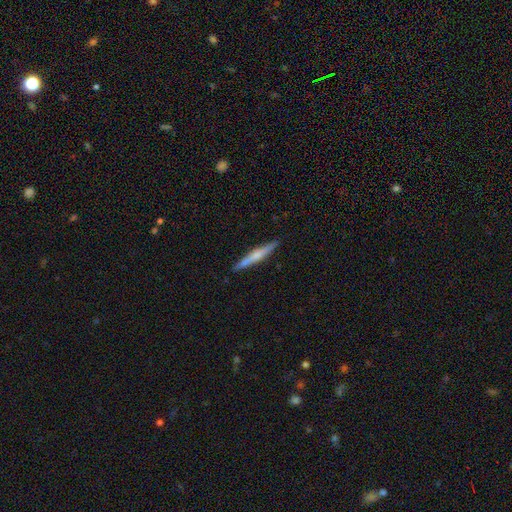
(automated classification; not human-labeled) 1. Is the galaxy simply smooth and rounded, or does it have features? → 55% featured or disk, 40% smooth, 6% star or artifact.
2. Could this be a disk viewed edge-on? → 97% yes, 3% no.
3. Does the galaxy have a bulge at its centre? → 60% rounded, 26% none, 14% boxy.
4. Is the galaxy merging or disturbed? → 90% none, 8% minor disturbance, 1% major disturbance, 1% merger.